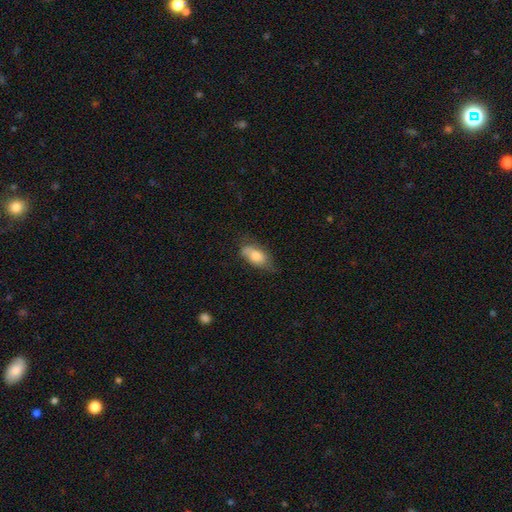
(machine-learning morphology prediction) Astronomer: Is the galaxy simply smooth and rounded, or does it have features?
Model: smooth — 73%.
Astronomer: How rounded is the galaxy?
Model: in between — 89%.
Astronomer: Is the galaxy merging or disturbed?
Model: none — 62%.